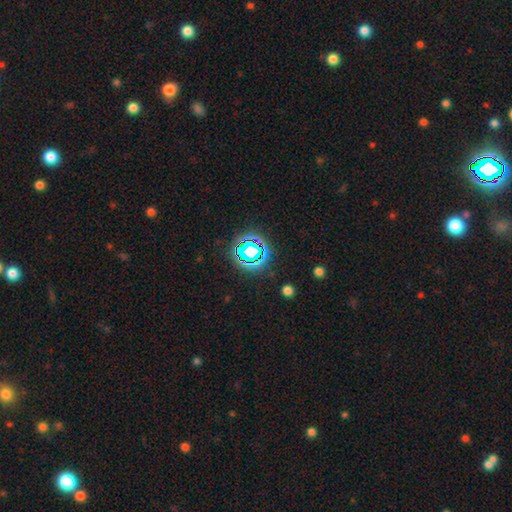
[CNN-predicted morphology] Smooth or featured: star or artifact — 76% (smooth — 16%)